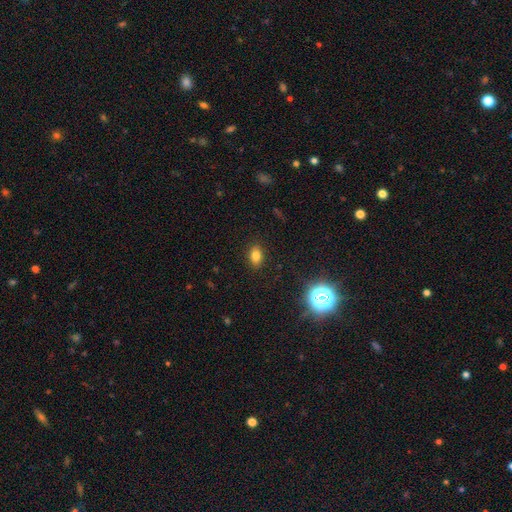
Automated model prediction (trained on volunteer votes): Smooth or featured?
  - smooth: 79% *
  - star or artifact: 14%
  - featured or disk: 7%
How rounded?
  - in between: 78% *
  - round: 21%
  - cigar-shaped: 2%
Merging?
  - none: 88% *
  - minor disturbance: 8%
  - major disturbance: 2%
  - merger: 1%